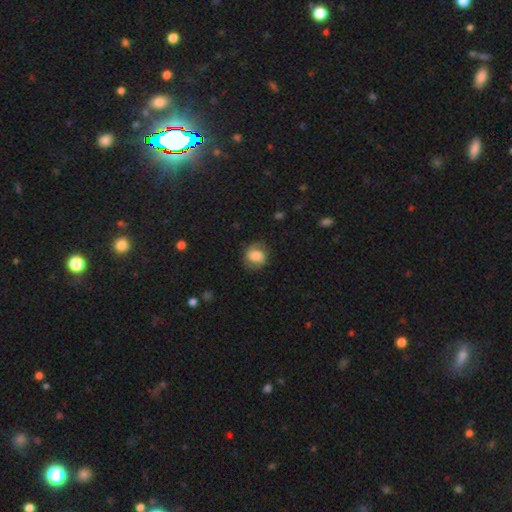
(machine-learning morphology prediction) type=smooth (66%); roundness=round (63%); merging=none (69%).